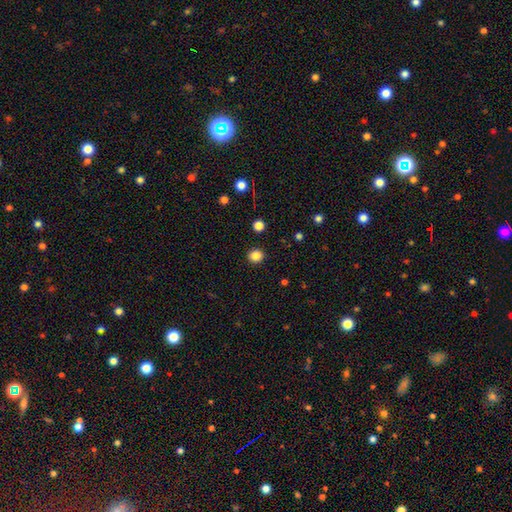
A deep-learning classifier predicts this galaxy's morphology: smooth 85%, star or artifact 11%, featured or disk 3%. Down the decision tree: how rounded — round (85%); merging — none (92%).